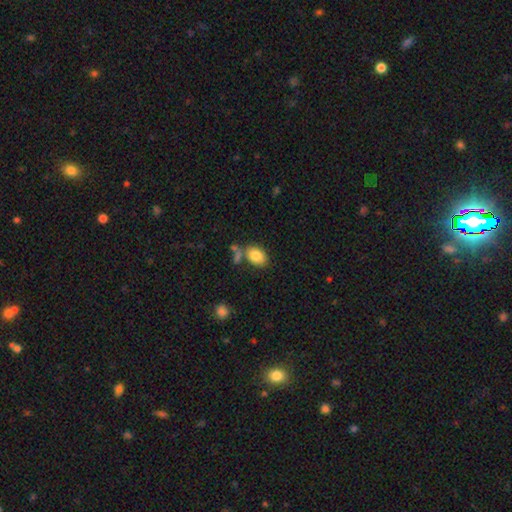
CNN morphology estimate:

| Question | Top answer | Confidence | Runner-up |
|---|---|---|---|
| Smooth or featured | smooth | 84% | star or artifact (8%) |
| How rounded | in between | 84% | round (14%) |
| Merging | none | 65% | merger (16%) |